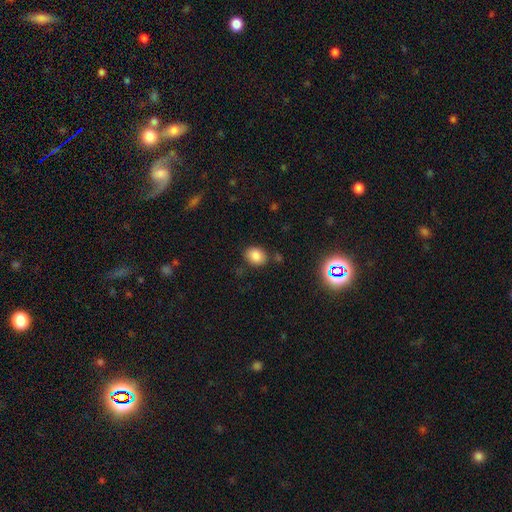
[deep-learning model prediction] Smooth or featured? Predicted: smooth (p=0.82). How rounded? Predicted: in between (p=0.55). Merging? Predicted: none (p=0.78).